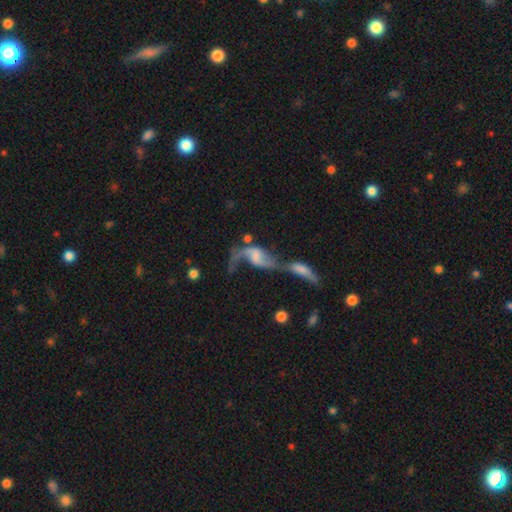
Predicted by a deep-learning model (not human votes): smooth-or-featured: featured or disk: 73% | smooth: 19% | star or artifact: 8%
  disk-edge-on: no: 93% | yes: 7%
    bar: no: 47% | weak: 39% | strong: 14%
    has-spiral-arms: yes: 84% | no: 16%
      spiral-winding: loose: 85% | medium: 11% | tight: 3%
      spiral-arm-count: 2: 75% | 1: 17% | can't tell: 5% | 3: 1% | 4: 1% | more than 4: 1%
    bulge-size: none: 35% | small: 27% | moderate: 25% | large: 11% | dominant: 2%
  merging: merger: 68% | major disturbance: 13% | none: 12% | minor disturbance: 6%